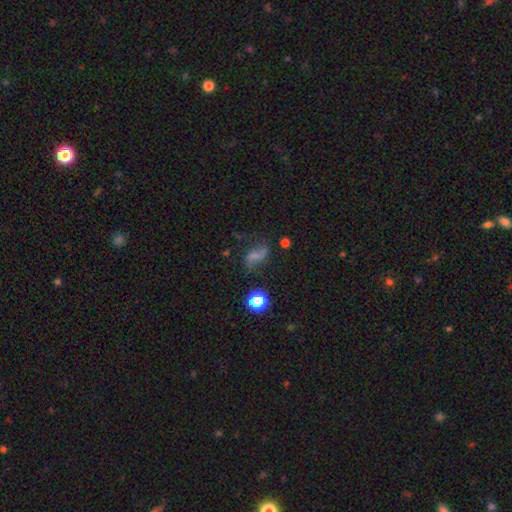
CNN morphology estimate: A smooth galaxy with no disk features (43%).

Vote fractions:
- Smooth or featured? smooth: 43% / featured or disk: 37% / star or artifact: 20%
- Merging? none: 56% / minor disturbance: 23% / major disturbance: 17% / merger: 5%